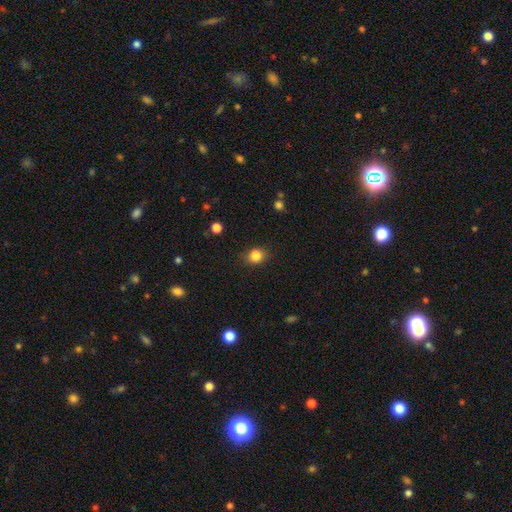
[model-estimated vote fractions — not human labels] Q: Smooth or featured?
A: smooth (84%); runner-up: star or artifact (11%)
Q: How rounded?
A: round (68%); runner-up: in between (31%)
Q: Merging?
A: none (82%); runner-up: minor disturbance (13%)